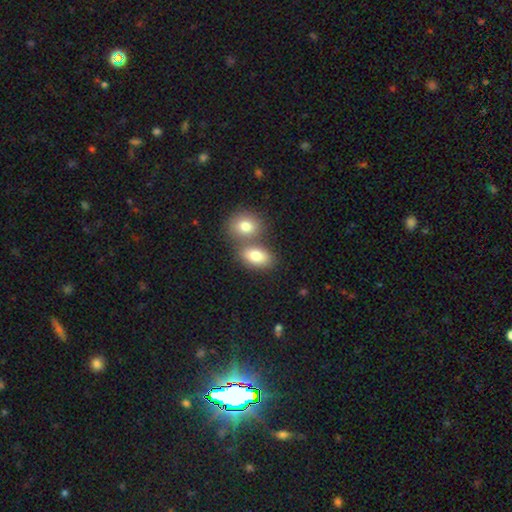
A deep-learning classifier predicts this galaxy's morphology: A smooth galaxy with no disk features (81%) that is in between round and cigar-shaped (84%).

Vote fractions:
- Smooth or featured? smooth: 81% / featured or disk: 11% / star or artifact: 8%
- How rounded? in between: 84% / round: 14% / cigar-shaped: 2%
- Merging? merger: 44% (tied) / none: 44% (tied) / minor disturbance: 9% / major disturbance: 3%